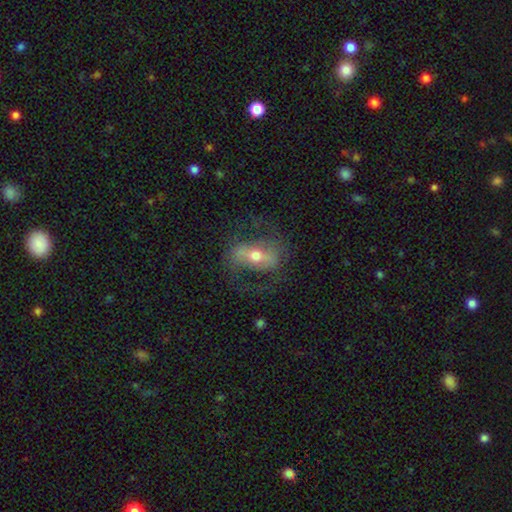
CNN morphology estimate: type=featured or disk (64%); edge-on=no (86%); bar=strong (50%); spiral arms=yes (63%); bulge=moderate (67%); merging=none (65%).